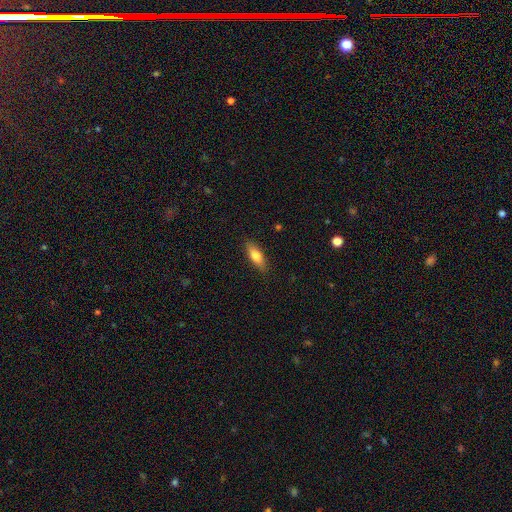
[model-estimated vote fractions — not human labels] Smooth or featured: smooth — 75% (featured or disk — 18%)
How rounded: in between — 64% (cigar-shaped — 34%)
Merging: none — 86% (minor disturbance — 10%)